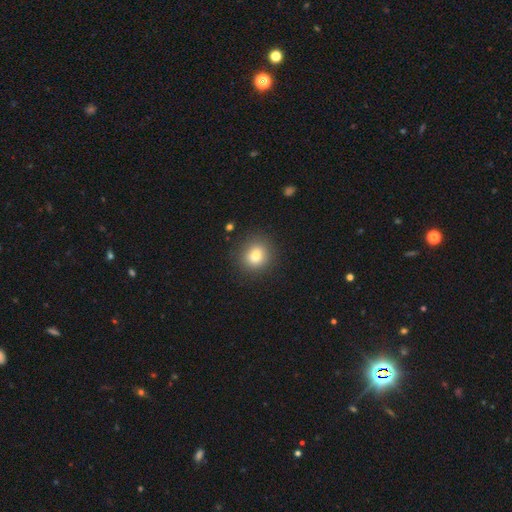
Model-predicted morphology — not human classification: Overall: smooth (79%). How rounded: round (87%). Merging: none (88%).